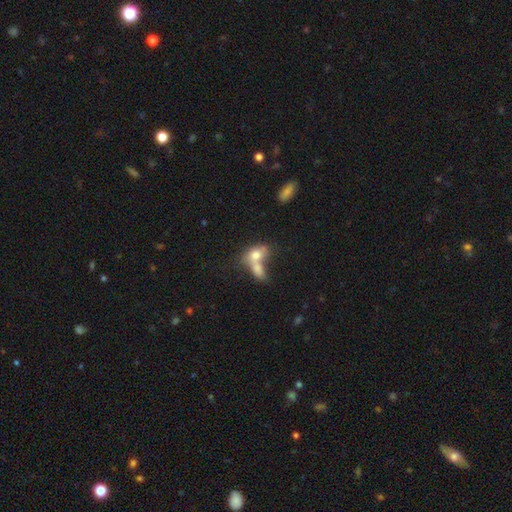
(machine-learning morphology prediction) Smooth or featured? Predicted: smooth (p=0.70). How rounded? Predicted: in between (p=0.74). Merging? Predicted: merger (p=0.69).